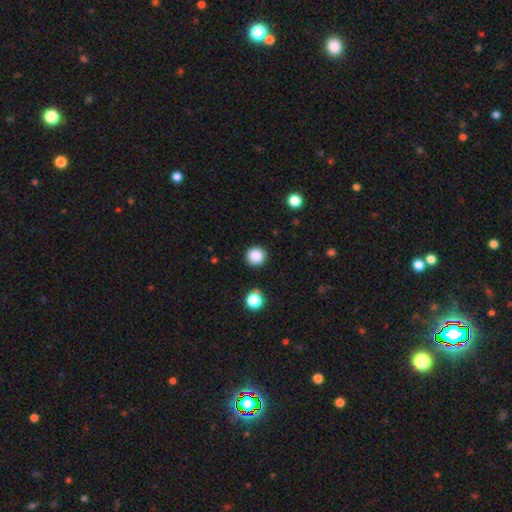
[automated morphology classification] A smooth galaxy with no disk features (86%) that is round (94%).

Vote fractions:
- Smooth or featured? smooth: 86% / star or artifact: 11% / featured or disk: 3%
- How rounded? round: 94% / in between: 5% / cigar-shaped: 1%
- Merging? none: 90% / minor disturbance: 6% / major disturbance: 2% / merger: 2%